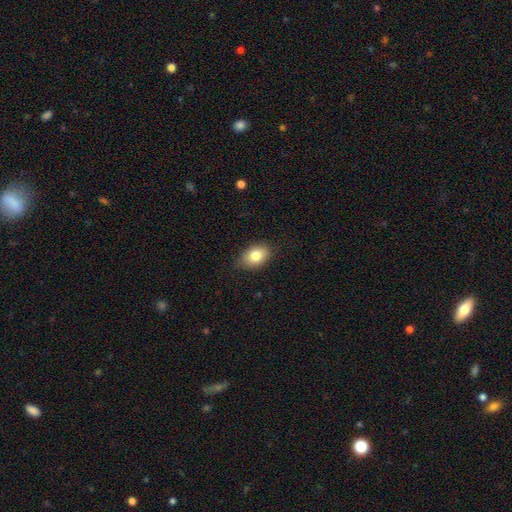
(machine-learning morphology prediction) smooth-or-featured: smooth: 81% | featured or disk: 11% | star or artifact: 8%
  how-rounded: in between: 81% | round: 18% | cigar-shaped: 1%
  merging: none: 80% | minor disturbance: 16% | major disturbance: 3% | merger: 1%